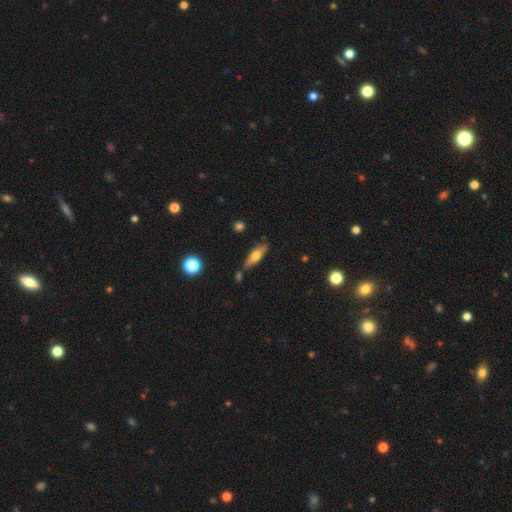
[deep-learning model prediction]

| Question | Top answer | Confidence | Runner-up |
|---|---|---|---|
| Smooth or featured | smooth | 61% | featured or disk (32%) |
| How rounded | cigar-shaped | 50% | in between (47%) |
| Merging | none | 76% | minor disturbance (15%) |